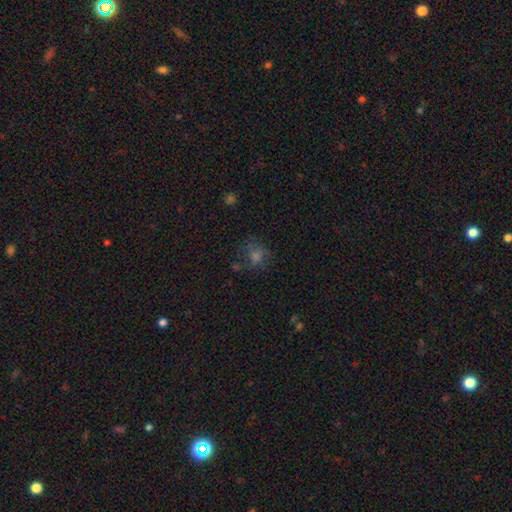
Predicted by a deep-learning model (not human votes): A smooth galaxy with no disk features (51%) that is round (73%). Merging: none (61%).